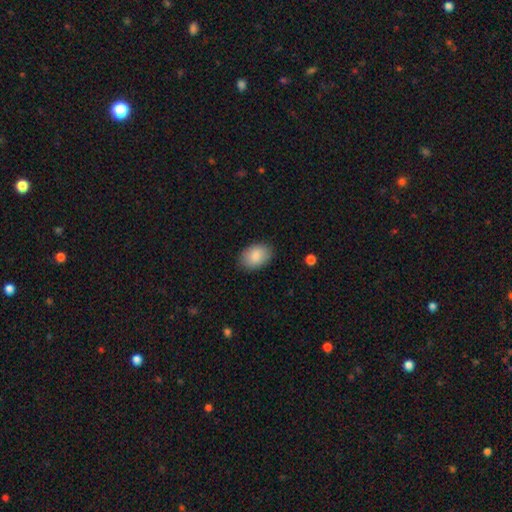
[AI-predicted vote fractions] A smooth galaxy with no disk features (86%) that is in between round and cigar-shaped (87%). Merging: none (86%).